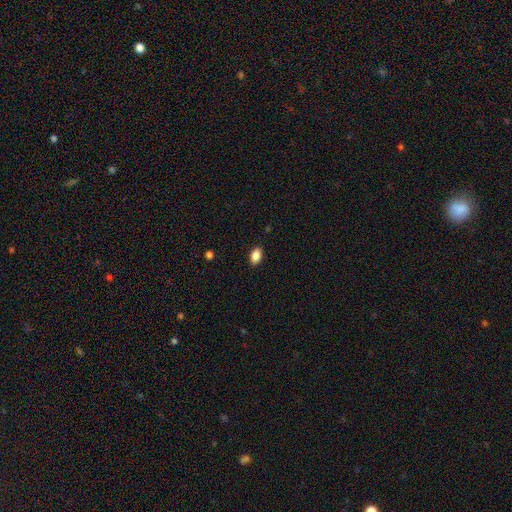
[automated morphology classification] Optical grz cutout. It shows a smooth galaxy with no disk features (87%) that is in between round and cigar-shaped (91%). Merging: none (89%).